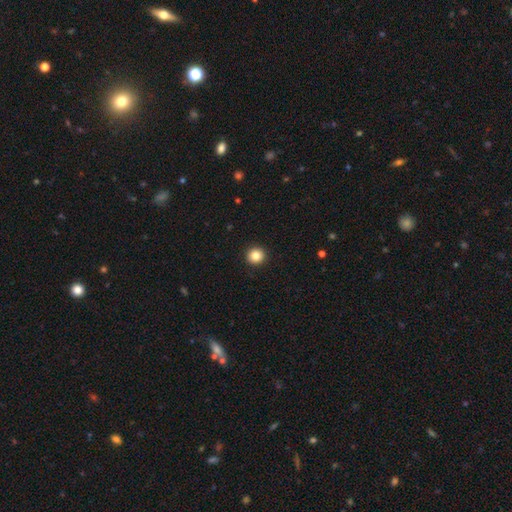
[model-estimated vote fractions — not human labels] smooth_or_featured: smooth (p=0.85) [alt: star or artifact p=0.10]
how_rounded: round (p=0.94) [alt: in between p=0.05]
merging: none (p=0.93) [alt: minor disturbance p=0.04]